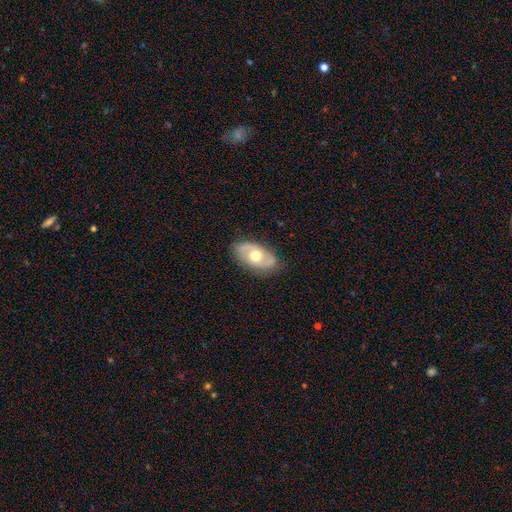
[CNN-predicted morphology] The model was most divided on "spiral arms": yes: 51%, no: 49%. More confident: edge-on disk — no (91%); merging — none (81%); bar — no (77%); bulge size — moderate (74%); smooth or featured — featured or disk (60%).